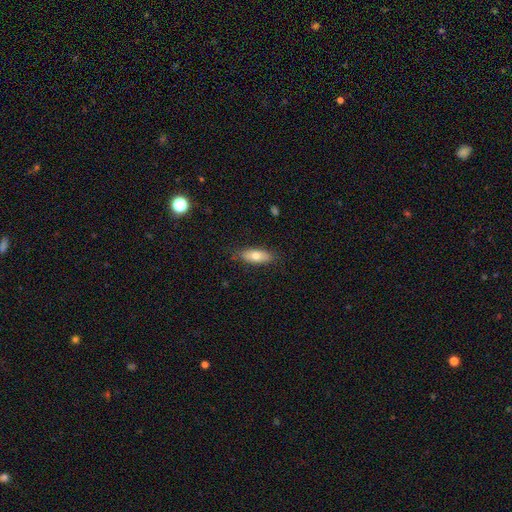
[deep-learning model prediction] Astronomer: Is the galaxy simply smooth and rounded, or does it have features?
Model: smooth — 71%.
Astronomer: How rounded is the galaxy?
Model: in between — 75%.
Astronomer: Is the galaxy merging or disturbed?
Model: none — 83%.